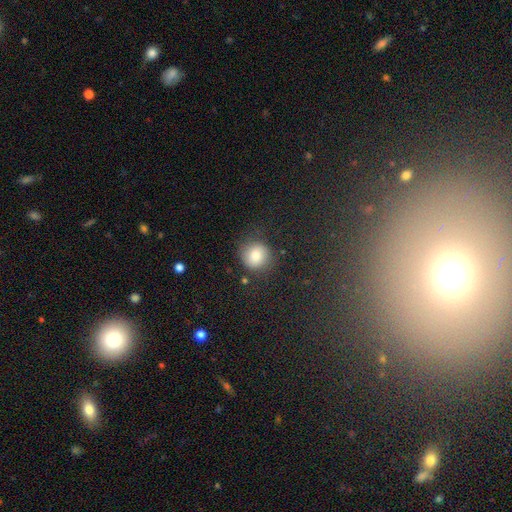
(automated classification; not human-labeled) smooth 82%, star or artifact 10%, featured or disk 8%. Down the decision tree: how rounded — round (86%); merging — none (76%).